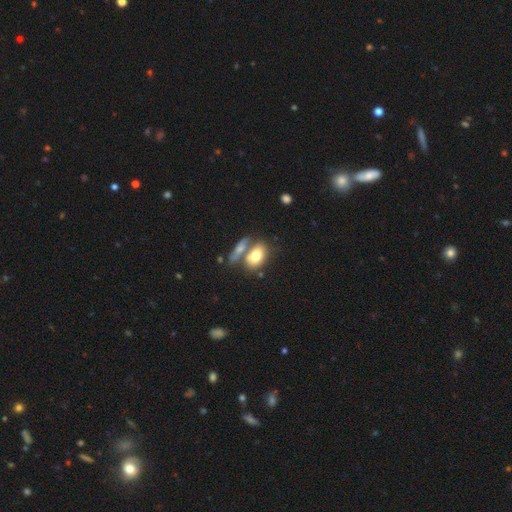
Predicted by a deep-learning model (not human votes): This is likely a smooth galaxy (73%). How rounded: clearly in between (84%). Merging: marginally merger (45%).